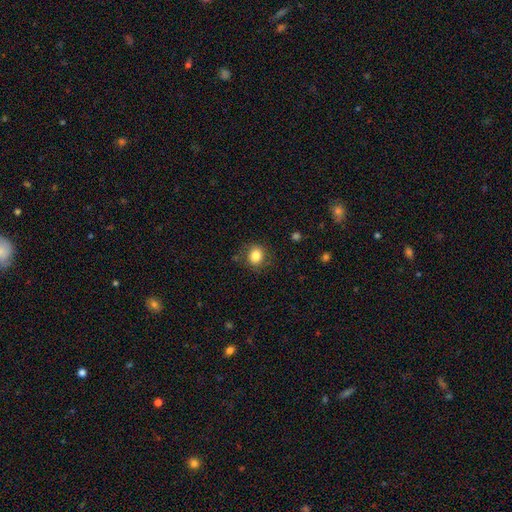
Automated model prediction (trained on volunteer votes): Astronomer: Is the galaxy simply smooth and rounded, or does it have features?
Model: smooth — 83%.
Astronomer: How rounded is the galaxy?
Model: round — 67%.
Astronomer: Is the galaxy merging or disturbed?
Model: none — 80%.